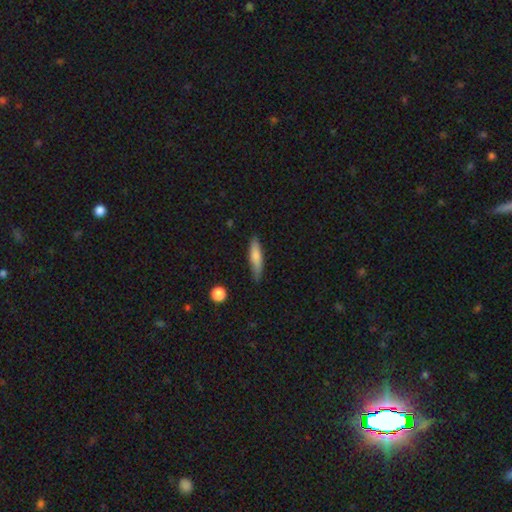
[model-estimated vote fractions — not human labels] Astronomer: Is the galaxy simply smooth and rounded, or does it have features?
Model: smooth — 73%.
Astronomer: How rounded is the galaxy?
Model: cigar-shaped — 75%.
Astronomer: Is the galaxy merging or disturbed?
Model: none — 78%.